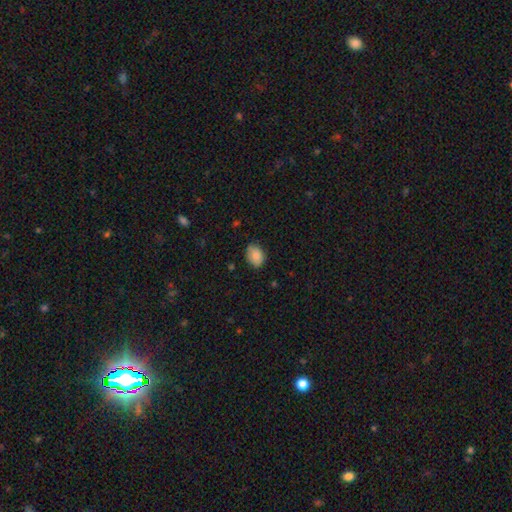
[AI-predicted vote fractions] The model was most divided on "how rounded": in between: 71%, round: 28%, cigar-shaped: 1%. More confident: smooth or featured — smooth (84%); merging — none (76%).